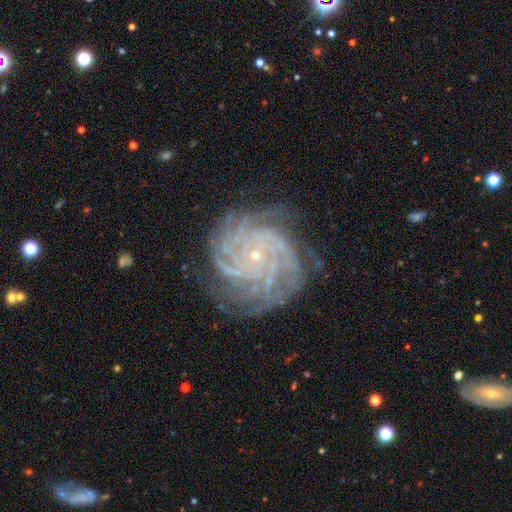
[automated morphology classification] Q: Smooth or featured?
A: featured or disk (90%); runner-up: star or artifact (7%)
Q: Edge-on disk?
A: no (98%); runner-up: yes (2%)
Q: Bar?
A: no (77%); runner-up: weak (16%)
Q: Spiral arms?
A: yes (98%); runner-up: no (2%)
Q: Spiral winding?
A: tight (78%); runner-up: medium (18%)
Q: Spiral arm count?
A: more than 4 (37%); runner-up: 4 (26%)
Q: Bulge size?
A: small (88%); runner-up: moderate (8%)
Q: Merging?
A: none (78%); runner-up: minor disturbance (15%)